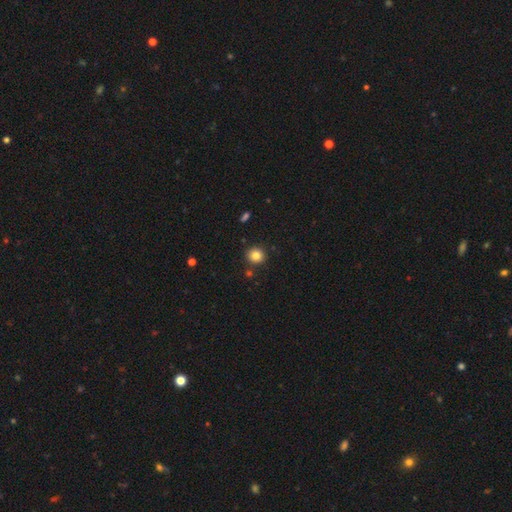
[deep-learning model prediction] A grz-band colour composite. It shows a smooth galaxy with no disk features (83%) that is round (90%). Merging: none (88%).